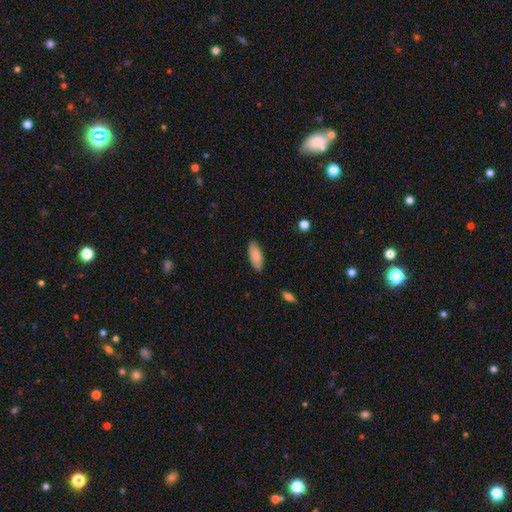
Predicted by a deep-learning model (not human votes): Overall: smooth (85%). How rounded: in between (82%). Merging: none (86%).